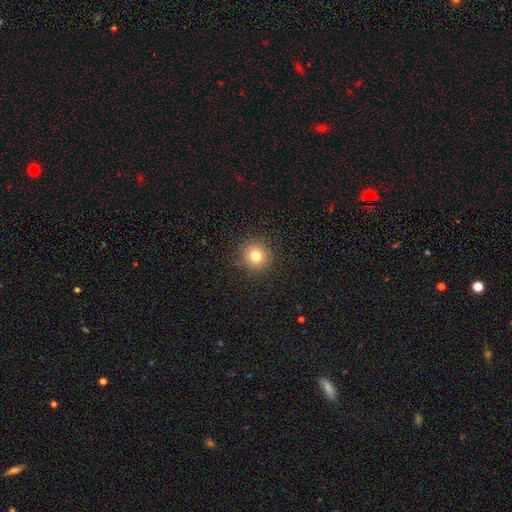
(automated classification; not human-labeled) Overall: smooth (79%). How rounded: round (93%). Merging: none (90%).